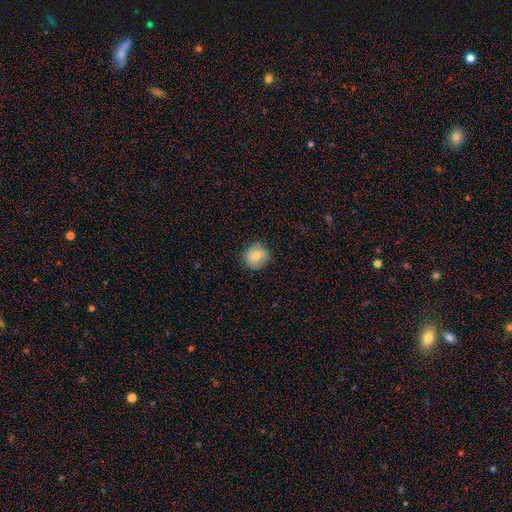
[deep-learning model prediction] Smooth or featured? smooth (76%)
How rounded? round (84%)
Merging? none (80%)